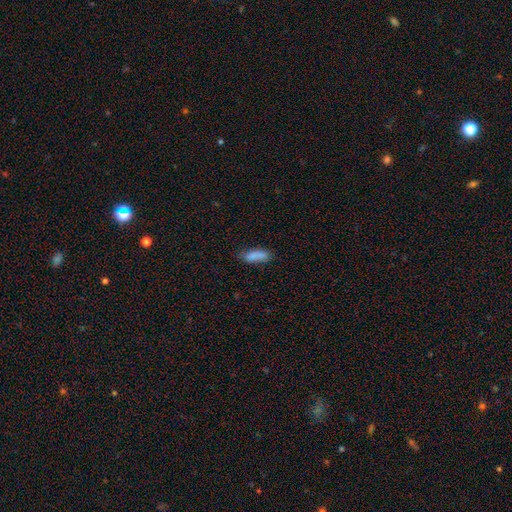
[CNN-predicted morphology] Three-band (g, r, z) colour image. It shows a smooth galaxy with no disk features (87%) that is in between round and cigar-shaped (59%). Merging: none (75%).